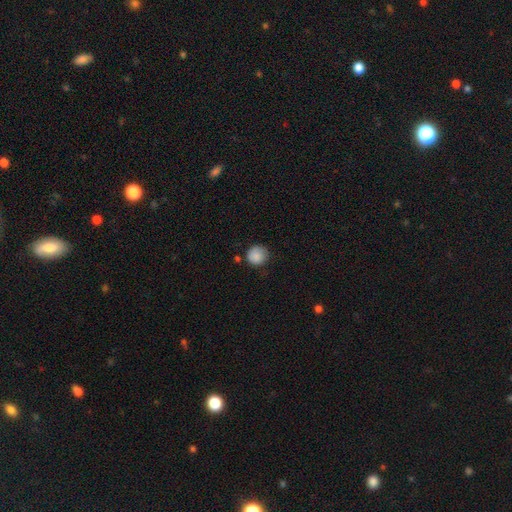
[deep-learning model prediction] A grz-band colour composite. It shows a smooth galaxy with no disk features (86%) that is round (91%). Merging: none (72%).